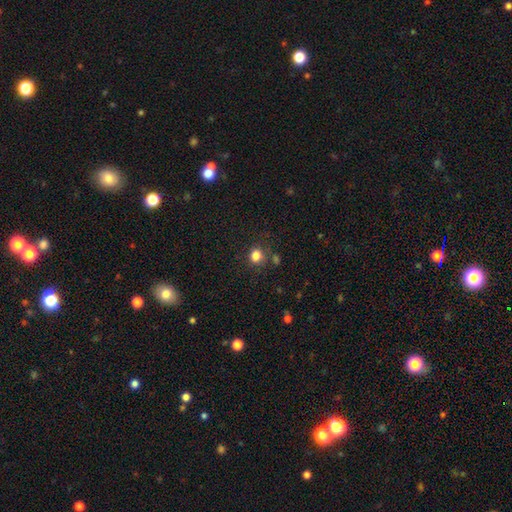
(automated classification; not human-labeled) The model was most divided on "how rounded": round: 80%, in between: 19%, cigar-shaped: 1%. More confident: smooth or featured — smooth (81%); merging — none (78%).